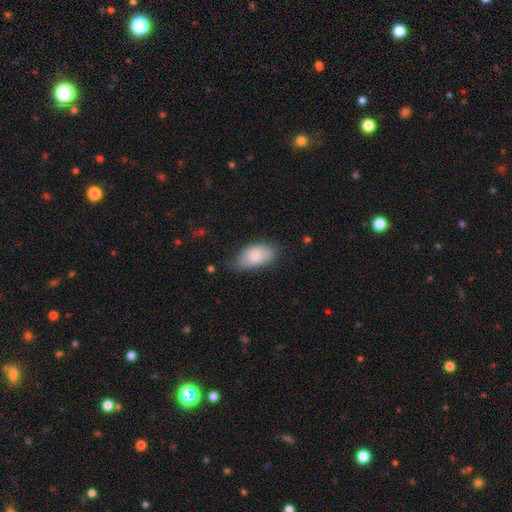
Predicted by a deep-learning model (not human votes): smooth_or_featured: smooth (p=0.81) [alt: featured or disk p=0.13]
how_rounded: in between (p=0.94) [alt: round p=0.04]
merging: none (p=0.59) [alt: minor disturbance p=0.32]